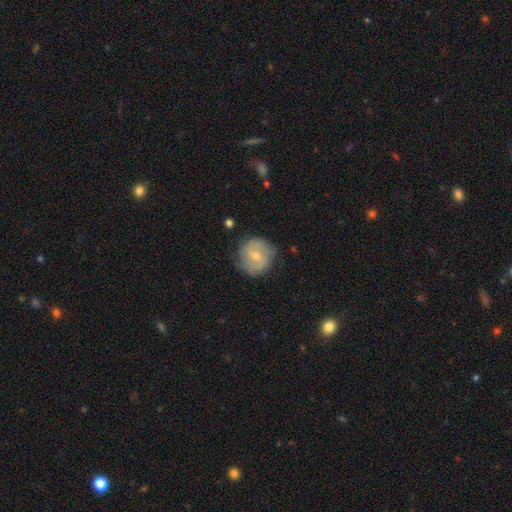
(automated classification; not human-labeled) Overall: featured or disk (54%; smooth 39%). Edge-on disk: no (97%). Bar: weak (53%; no 34%). Spiral arms: yes (81%). Bulge size: small (53%; moderate 42%). Merging: none (72%).